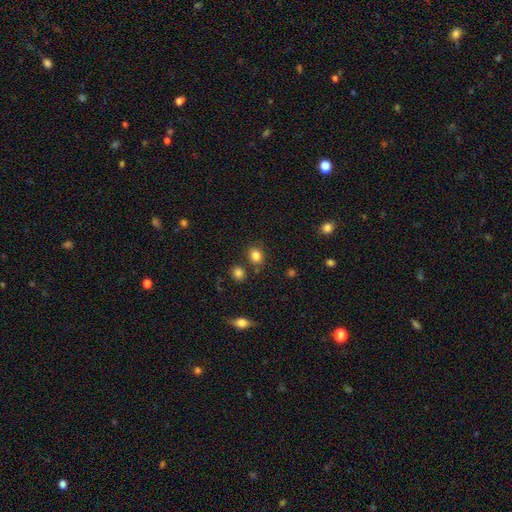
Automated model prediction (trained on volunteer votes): A smooth galaxy with no disk features (84%) that is round (61%). Merging: none (78%).